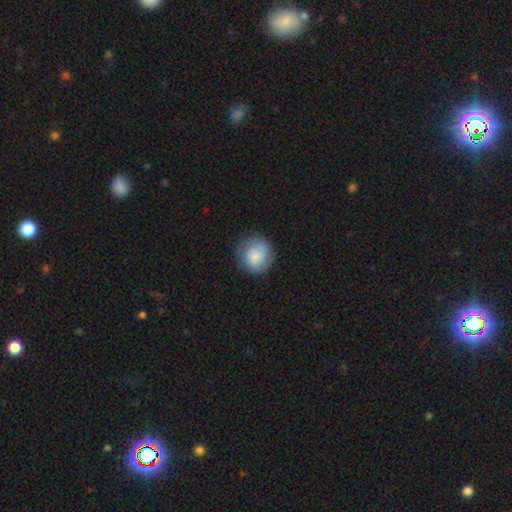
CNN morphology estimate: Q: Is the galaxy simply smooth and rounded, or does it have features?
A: smooth — 73%.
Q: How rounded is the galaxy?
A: round — 89%.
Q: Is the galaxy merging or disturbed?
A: none — 78%.